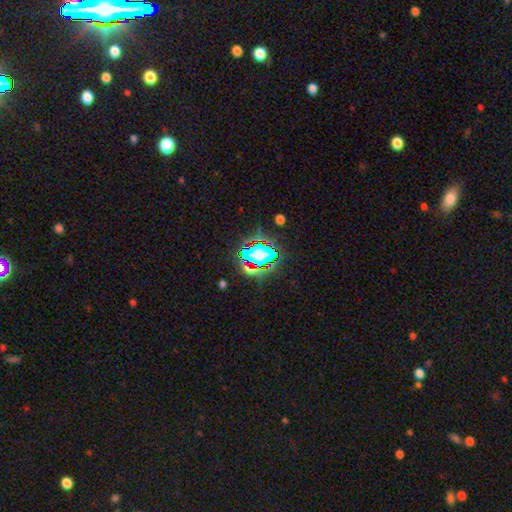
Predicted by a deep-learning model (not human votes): A star or artifact, not a galaxy (50%).

Vote fractions:
- Smooth or featured? star or artifact: 50% / smooth: 32% / featured or disk: 18%